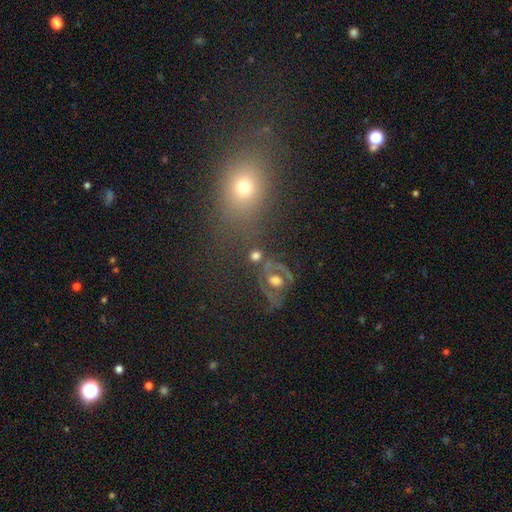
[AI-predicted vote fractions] A smooth galaxy with no disk features (63%) that is round (76%).

Vote fractions:
- Smooth or featured? smooth: 63% / featured or disk: 20% / star or artifact: 17%
- How rounded? round: 76% / in between: 21% / cigar-shaped: 2%
- Merging? none: 62% / merger: 17% / minor disturbance: 12% / major disturbance: 9%